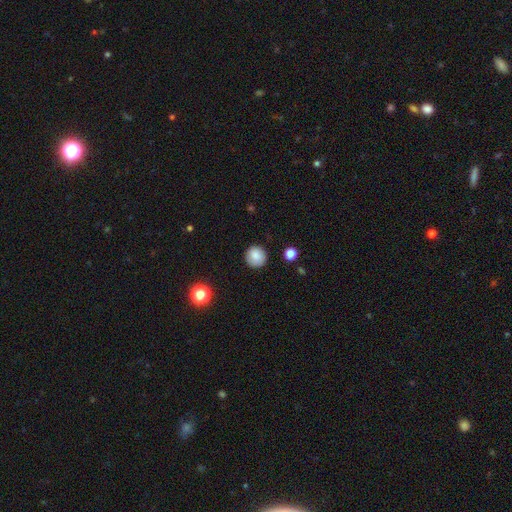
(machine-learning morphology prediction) This is clearly a smooth galaxy (85%). How rounded: clearly round (93%). Merging: clearly none (88%).